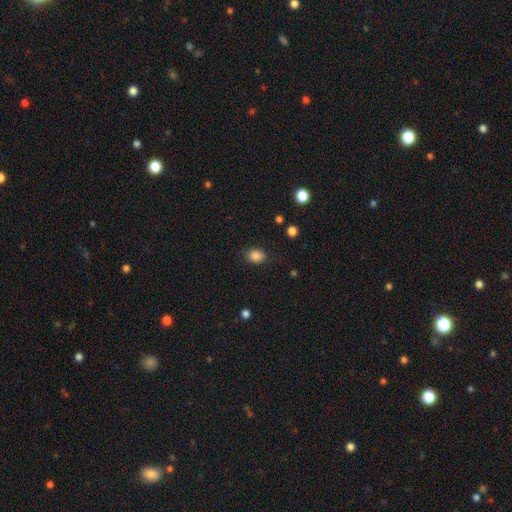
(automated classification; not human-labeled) Smooth or featured? Predicted: smooth (p=0.85). How rounded? Predicted: in between (p=0.64). Merging? Predicted: none (p=0.83).